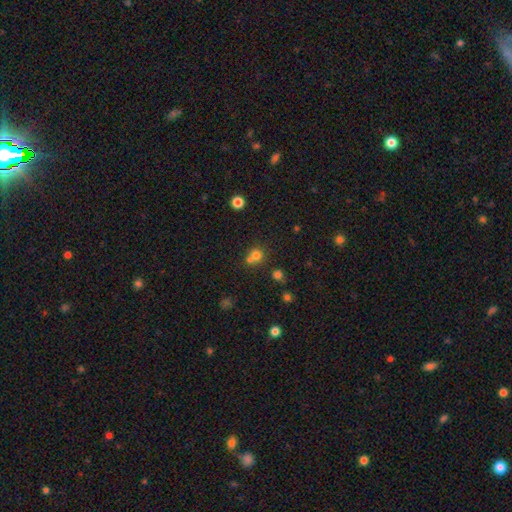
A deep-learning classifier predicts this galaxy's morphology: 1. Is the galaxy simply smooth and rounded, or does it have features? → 73% smooth, 17% star or artifact, 10% featured or disk.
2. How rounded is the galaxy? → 86% round, 13% in between, 1% cigar-shaped.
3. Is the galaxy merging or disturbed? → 50% none, 40% merger, 7% minor disturbance, 3% major disturbance.